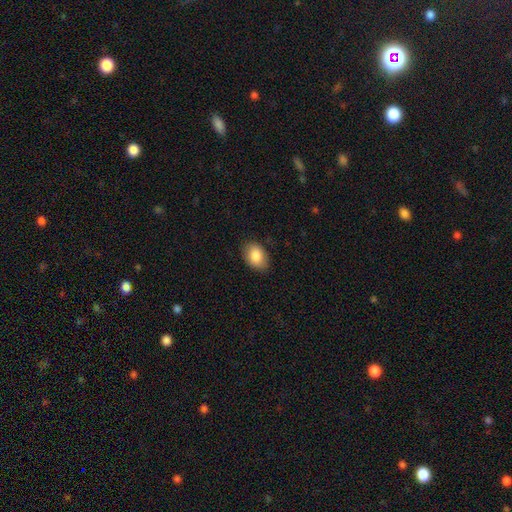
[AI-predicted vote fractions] This appears to be a smooth galaxy with no disk features (86%) that is in between round and cigar-shaped (83%). Merging: none (86%).